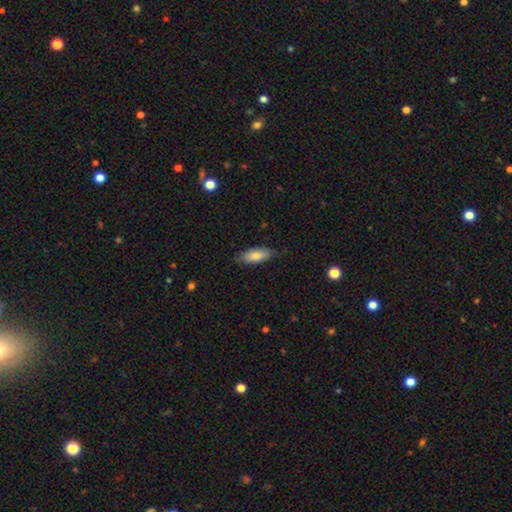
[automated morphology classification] Smooth or featured: smooth — 79% (featured or disk — 15%)
How rounded: in between — 72% (cigar-shaped — 27%)
Merging: none — 78% (minor disturbance — 18%)